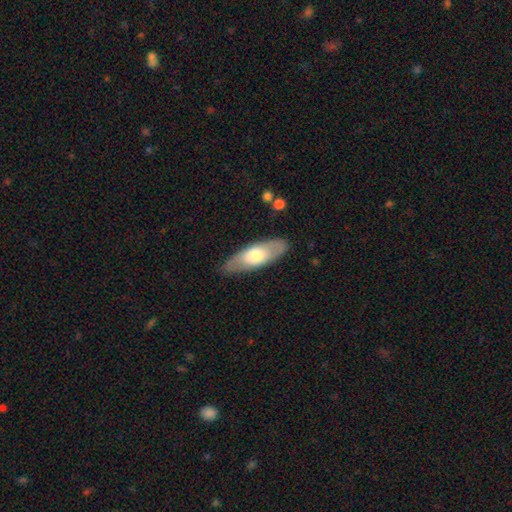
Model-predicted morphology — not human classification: Q: Smooth or featured?
A: smooth (56%); runner-up: featured or disk (39%)
Q: How rounded?
A: in between (69%); runner-up: cigar-shaped (29%)
Q: Merging?
A: none (83%); runner-up: minor disturbance (13%)